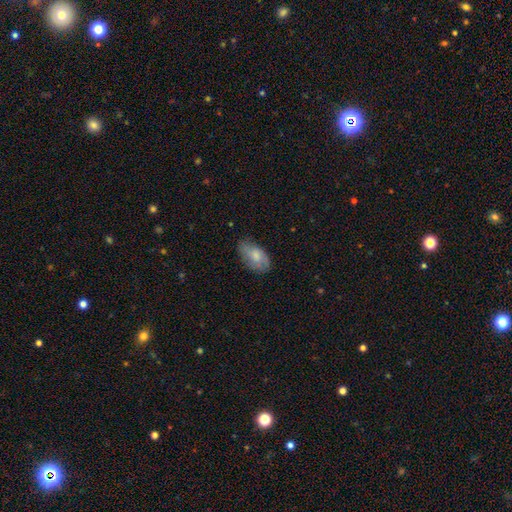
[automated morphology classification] Smooth or featured: smooth — 73% (featured or disk — 21%)
How rounded: in between — 93% (round — 4%)
Merging: none — 69% (minor disturbance — 24%)